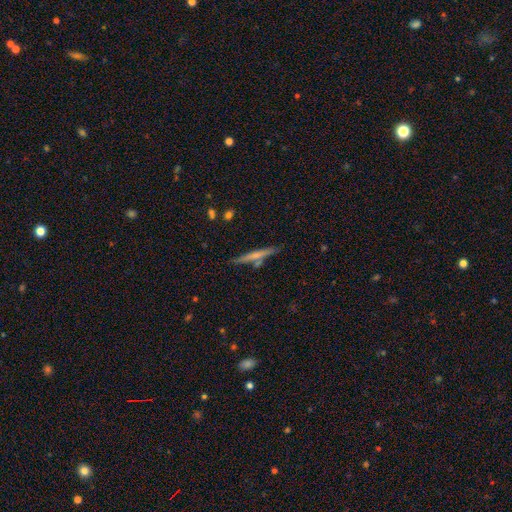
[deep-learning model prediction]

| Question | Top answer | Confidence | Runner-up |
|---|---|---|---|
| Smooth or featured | smooth | 53% | featured or disk (41%) |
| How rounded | cigar-shaped | 94% | in between (4%) |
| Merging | none | 77% | minor disturbance (11%) |